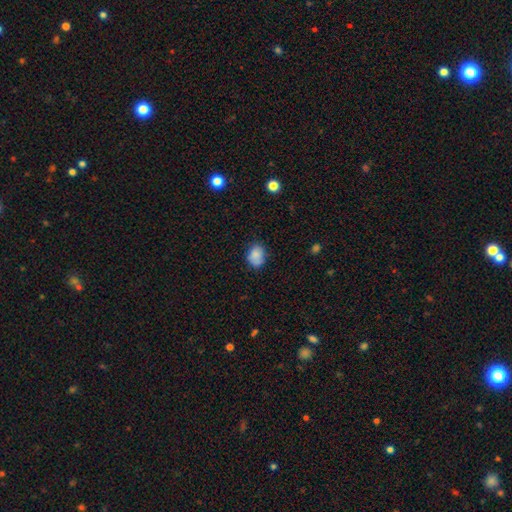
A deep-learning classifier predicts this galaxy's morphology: This is clearly a smooth galaxy (85%). How rounded: likely in between (63%). Merging: likely none (71%).